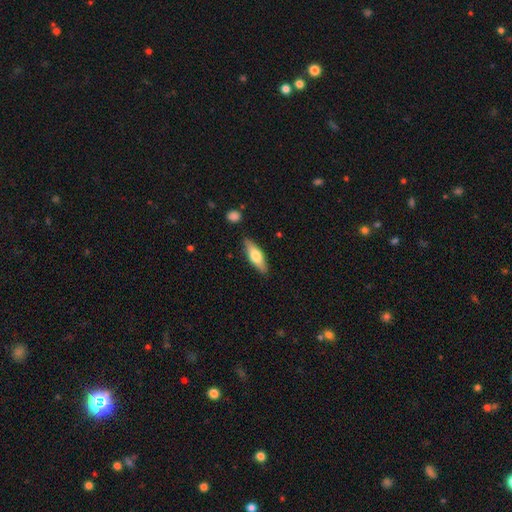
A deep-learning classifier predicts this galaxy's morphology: A smooth galaxy with no disk features (59%) that is in between round and cigar-shaped (50%). Merging: none (85%).